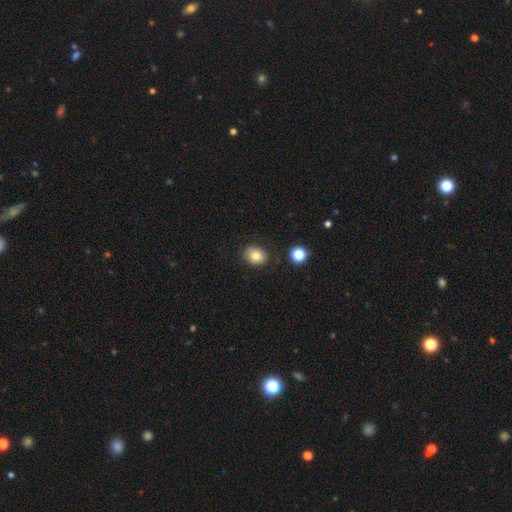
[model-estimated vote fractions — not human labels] This appears to be a smooth galaxy with no disk features (82%) that is in between round and cigar-shaped (58%). Merging: none (82%).